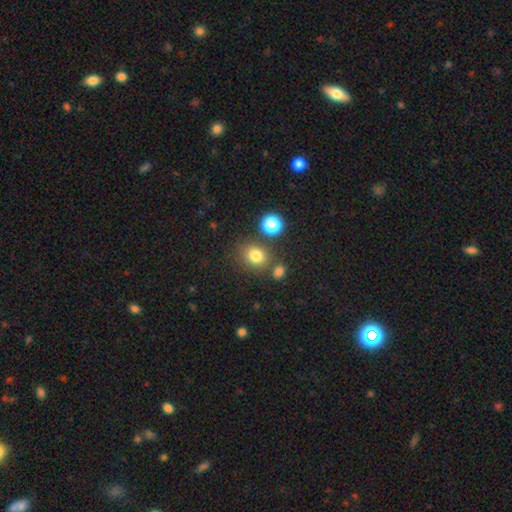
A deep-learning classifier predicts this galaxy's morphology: Q: Smooth or featured?
A: smooth (78%); runner-up: star or artifact (16%)
Q: How rounded?
A: round (71%); runner-up: in between (28%)
Q: Merging?
A: none (75%); runner-up: minor disturbance (11%)